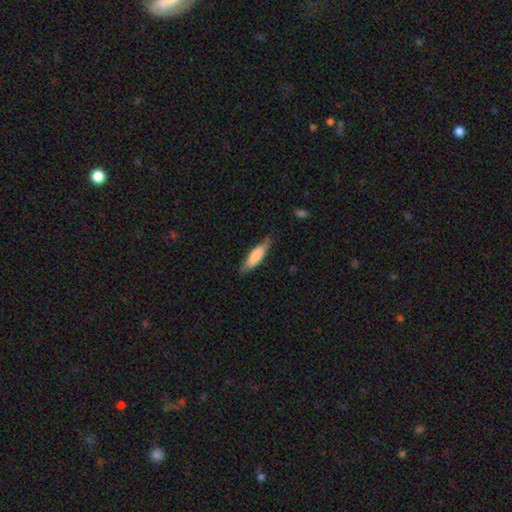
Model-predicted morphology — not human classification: Smooth or featured?
  - smooth: 75% *
  - featured or disk: 20%
  - star or artifact: 5%
How rounded?
  - cigar-shaped: 66% *
  - in between: 33%
  - round: 1%
Merging?
  - none: 79% *
  - minor disturbance: 17%
  - major disturbance: 3%
  - merger: 1%